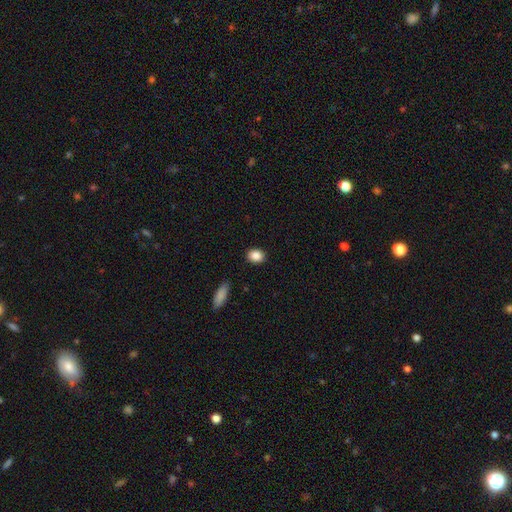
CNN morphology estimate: smooth-or-featured: smooth: 88% | star or artifact: 9% | featured or disk: 4%
  how-rounded: round: 53% | in between: 45% | cigar-shaped: 2%
  merging: none: 88% | minor disturbance: 8% | major disturbance: 2% | merger: 2%